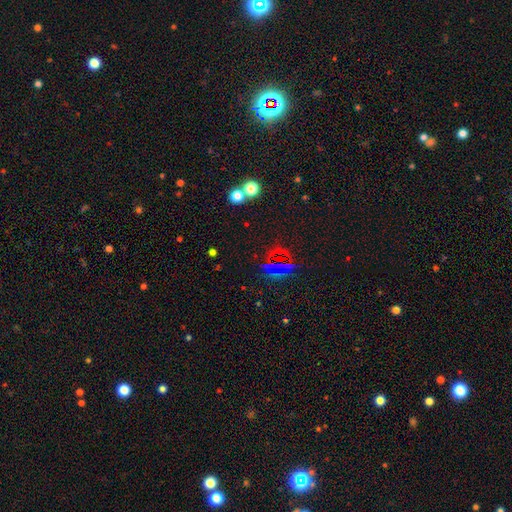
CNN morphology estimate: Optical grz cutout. It shows a star or artifact, not a galaxy (62%).